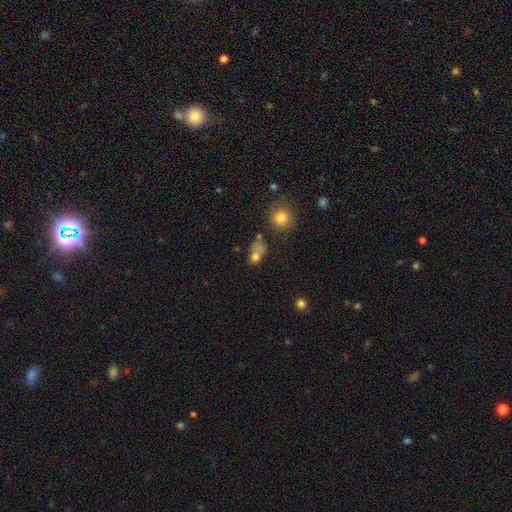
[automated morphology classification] smooth_or_featured: smooth (p=0.70) [alt: star or artifact p=0.17]
how_rounded: in between (p=0.61) [alt: round p=0.36]
merging: none (p=0.37) [alt: merger p=0.24]